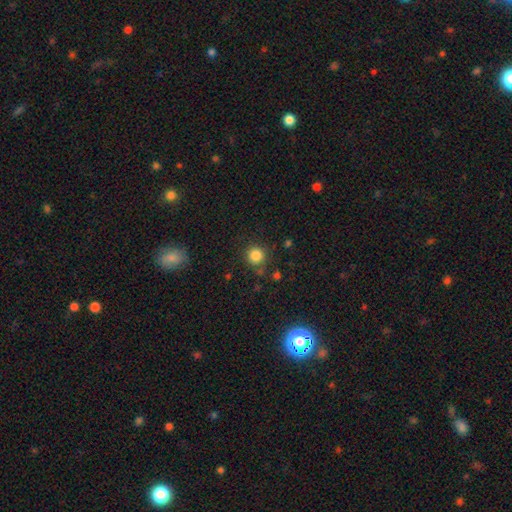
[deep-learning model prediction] Q: Smooth or featured?
A: smooth (84%); runner-up: star or artifact (12%)
Q: How rounded?
A: round (94%); runner-up: in between (5%)
Q: Merging?
A: none (82%); runner-up: minor disturbance (10%)